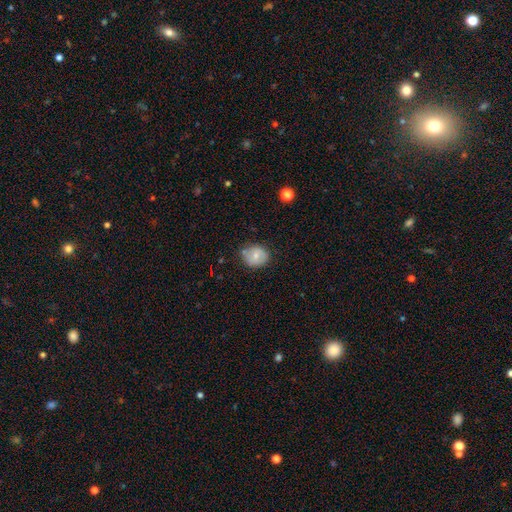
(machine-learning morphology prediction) A smooth galaxy with no disk features (68%) that is round (68%). Merging: none (73%).